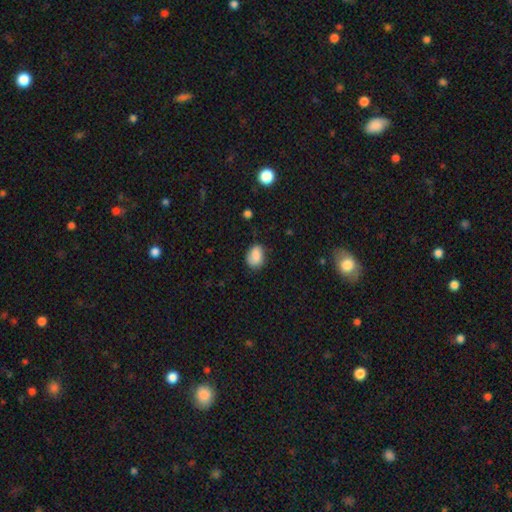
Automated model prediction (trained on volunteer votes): smooth-or-featured: smooth: 83% | star or artifact: 8% | featured or disk: 8%
  how-rounded: in between: 72% | round: 27% | cigar-shaped: 1%
  merging: none: 71% | minor disturbance: 23% | major disturbance: 5% | merger: 2%